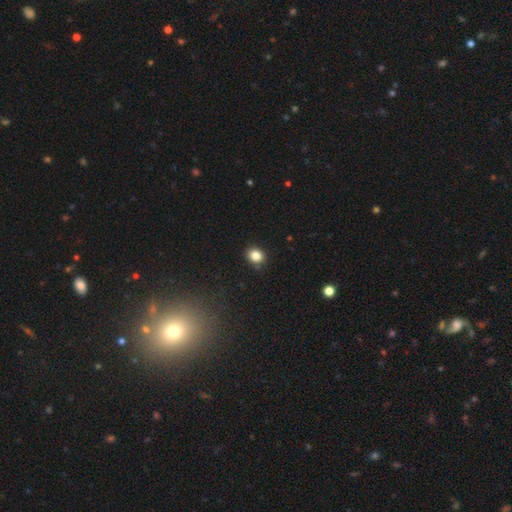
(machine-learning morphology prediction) This appears to be a smooth galaxy with no disk features (84%) that is round (64%). Merging: none (87%).